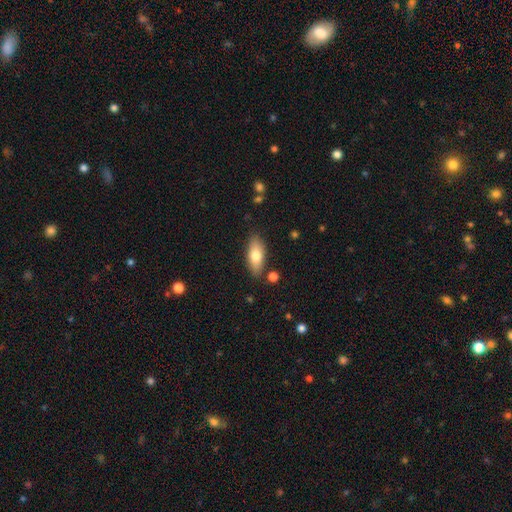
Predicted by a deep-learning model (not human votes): Q: Smooth or featured?
A: smooth (75%); runner-up: featured or disk (19%)
Q: How rounded?
A: in between (81%); runner-up: cigar-shaped (16%)
Q: Merging?
A: none (82%); runner-up: minor disturbance (12%)